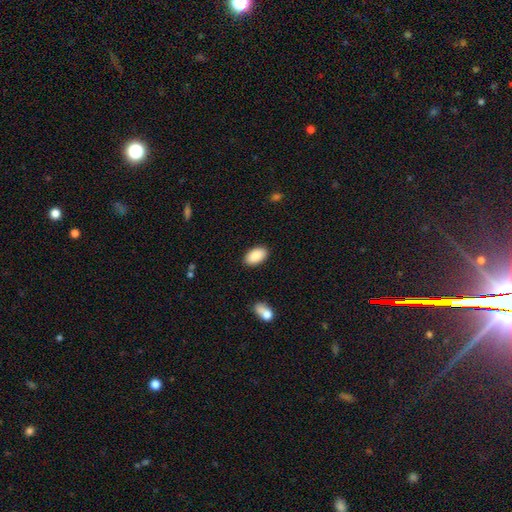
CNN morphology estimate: Smooth or featured: smooth — 89% (star or artifact — 6%)
How rounded: in between — 95% (round — 4%)
Merging: none — 88% (minor disturbance — 8%)